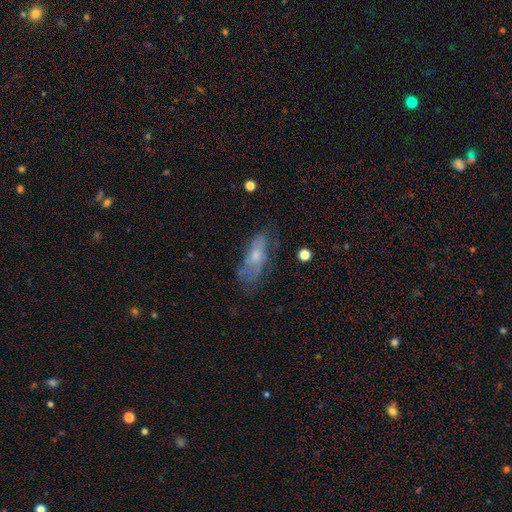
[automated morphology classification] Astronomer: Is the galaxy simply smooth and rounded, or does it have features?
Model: smooth — 48% (runner-up: featured or disk, 43%).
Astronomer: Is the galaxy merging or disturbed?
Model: none — 57%.